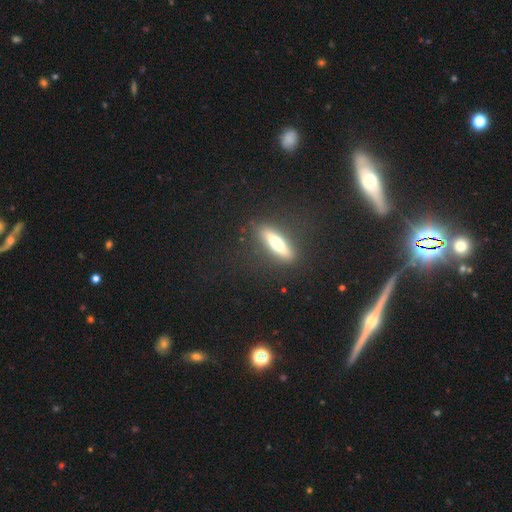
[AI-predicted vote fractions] Smooth or featured: featured or disk — 50% (smooth — 26%)
Merging: none — 80% (minor disturbance — 11%)